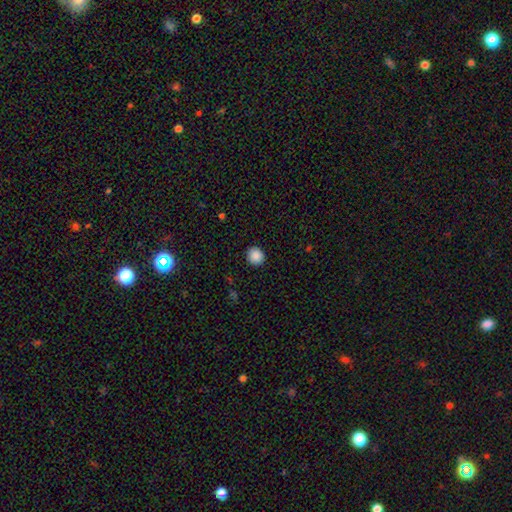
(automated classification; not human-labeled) Overall: smooth (88%). How rounded: round (88%). Merging: none (92%).